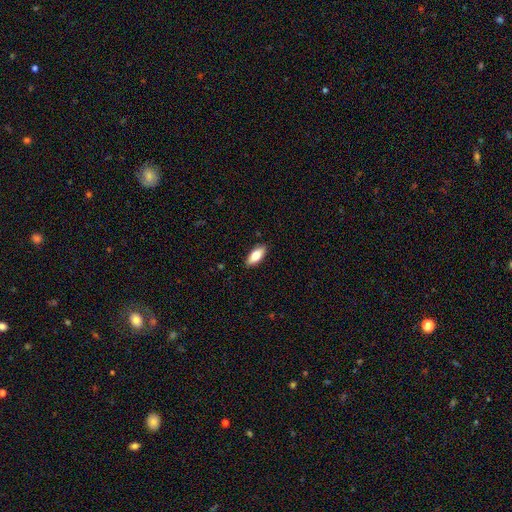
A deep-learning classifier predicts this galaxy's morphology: Q: Smooth or featured?
A: smooth (78%); runner-up: featured or disk (15%)
Q: How rounded?
A: in between (82%); runner-up: cigar-shaped (16%)
Q: Merging?
A: none (89%); runner-up: minor disturbance (8%)